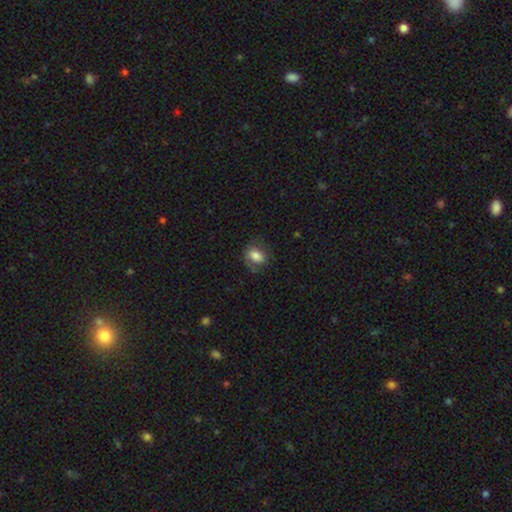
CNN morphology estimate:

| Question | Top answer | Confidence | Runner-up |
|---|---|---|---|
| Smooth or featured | smooth | 63% | featured or disk (28%) |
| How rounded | in between | 70% | round (28%) |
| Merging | none | 59% | minor disturbance (23%) |